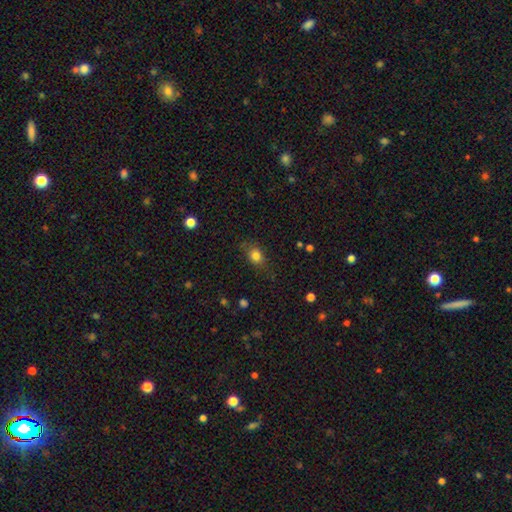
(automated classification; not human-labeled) Smooth or featured: smooth — 81% (star or artifact — 11%)
How rounded: in between — 55% (round — 43%)
Merging: none — 74% (minor disturbance — 19%)